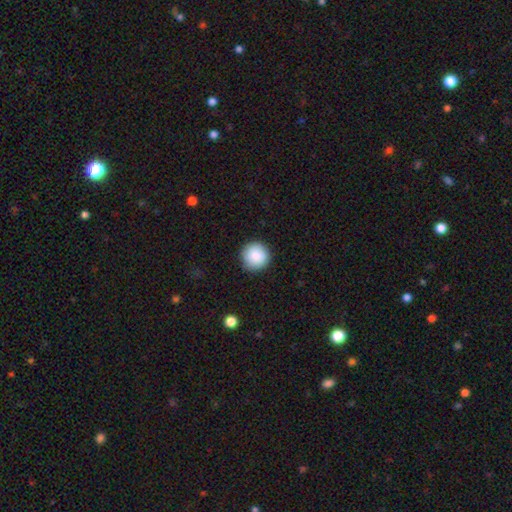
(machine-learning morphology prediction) Overall: smooth (88%). How rounded: round (95%). Merging: none (90%).